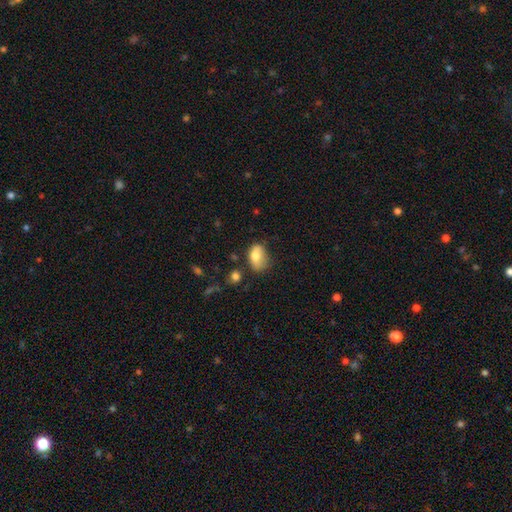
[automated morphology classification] Smooth or featured? smooth (76%)
How rounded? in between (84%)
Merging? none (44%)